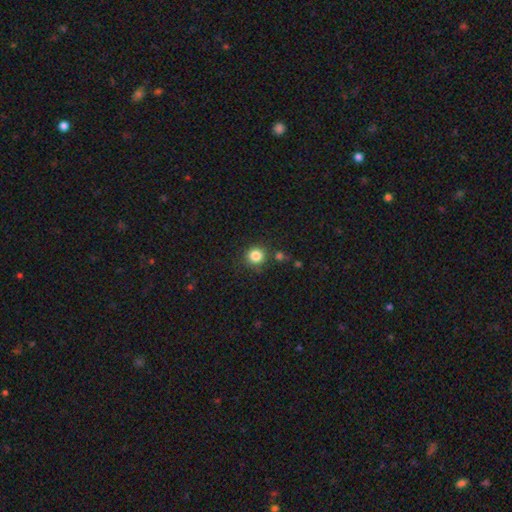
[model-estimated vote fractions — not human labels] smooth_or_featured: smooth (p=0.84) [alt: star or artifact p=0.12]
how_rounded: round (p=0.92) [alt: in between p=0.08]
merging: none (p=0.83) [alt: minor disturbance p=0.09]